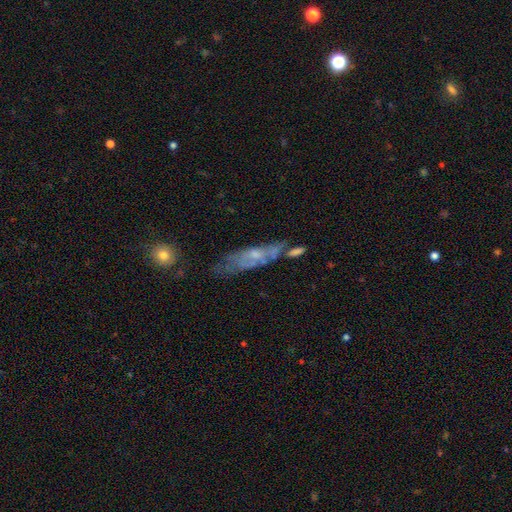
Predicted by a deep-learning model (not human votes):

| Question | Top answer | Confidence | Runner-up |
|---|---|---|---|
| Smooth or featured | featured or disk | 59% | smooth (32%) |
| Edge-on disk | no | 64% | yes (36%) |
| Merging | none | 47% | minor disturbance (26%) |